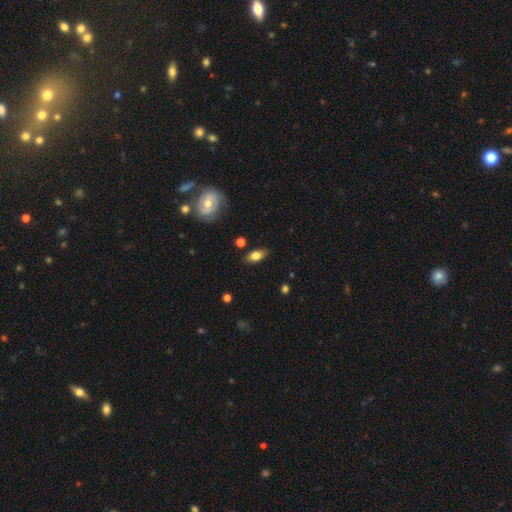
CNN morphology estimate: A smooth galaxy with no disk features (78%) that is in between round and cigar-shaped (87%).

Vote fractions:
- Smooth or featured? smooth: 78% / featured or disk: 13% / star or artifact: 8%
- How rounded? in between: 87% / cigar-shaped: 7% / round: 6%
- Merging? none: 83% / minor disturbance: 12% / major disturbance: 3% / merger: 2%